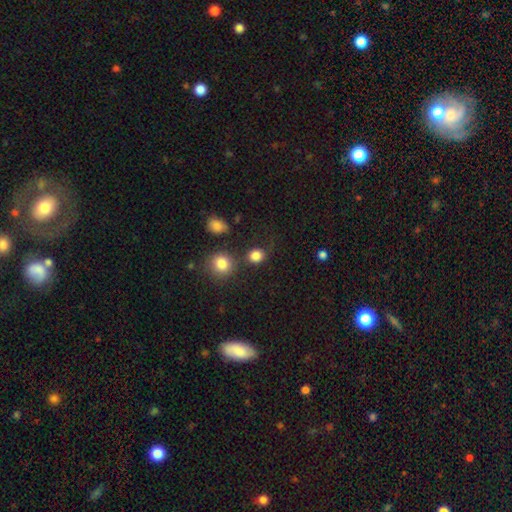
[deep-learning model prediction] Smooth or featured: smooth — 84% (star or artifact — 12%)
How rounded: round — 81% (in between — 18%)
Merging: none — 70% (minor disturbance — 13%)